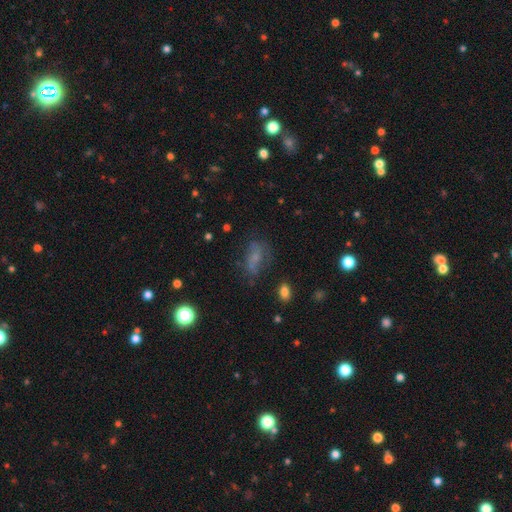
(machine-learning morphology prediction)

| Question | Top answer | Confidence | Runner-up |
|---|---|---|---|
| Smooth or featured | smooth | 56% | featured or disk (24%) |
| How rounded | in between | 80% | round (10%) |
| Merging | none | 51% | minor disturbance (25%) |